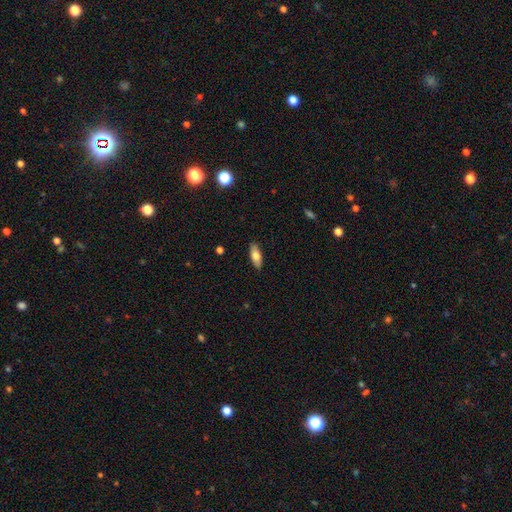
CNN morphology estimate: This appears to be a smooth galaxy with no disk features (73%) that is in between round and cigar-shaped (72%). Merging: none (89%).